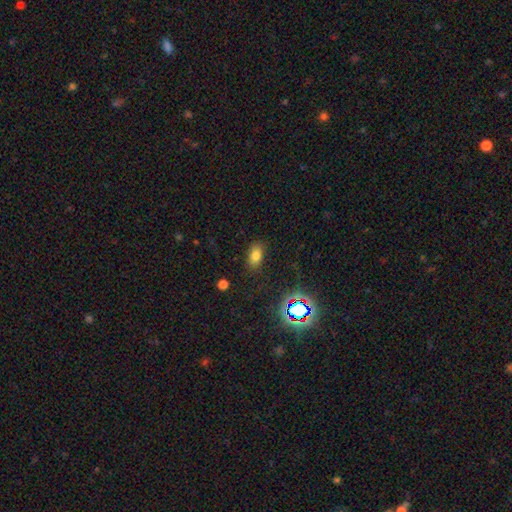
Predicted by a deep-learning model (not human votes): smooth_or_featured: smooth (p=0.74) [alt: star or artifact p=0.17]
how_rounded: in between (p=0.86) [alt: round p=0.10]
merging: none (p=0.82) [alt: minor disturbance p=0.12]